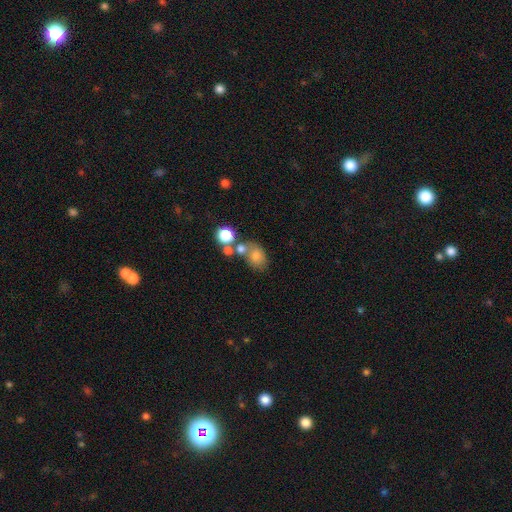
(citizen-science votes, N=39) Volunteers were most divided on "merging": merger: 47%, none: 36%, minor disturbance: 14%, major disturbance: 3%. More confident: smooth or featured — smooth (74%); how rounded — in between (69%).